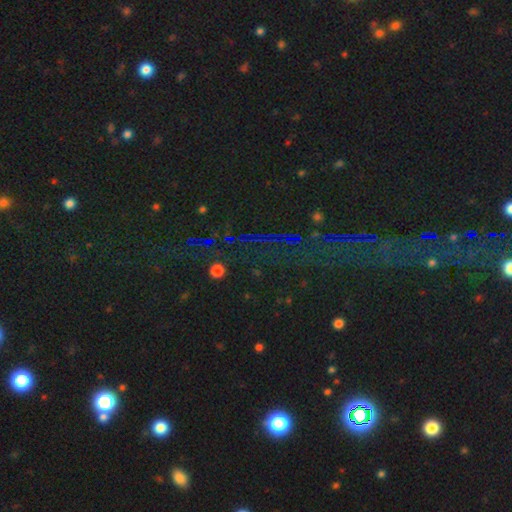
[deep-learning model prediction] Smooth or featured? star or artifact (82%)